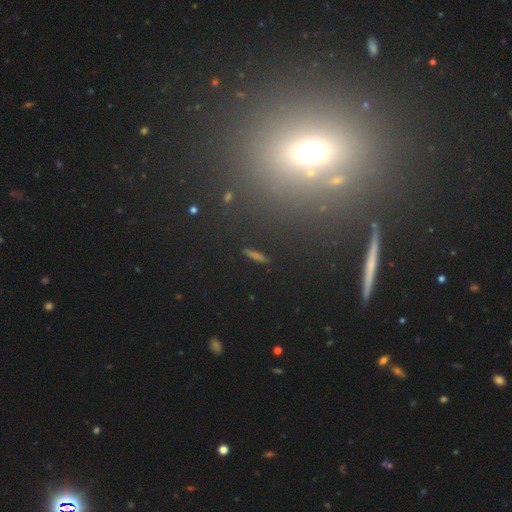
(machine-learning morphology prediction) A star or artifact, not a galaxy (54%).

Vote fractions:
- Smooth or featured? star or artifact: 54% / smooth: 28% / featured or disk: 18%